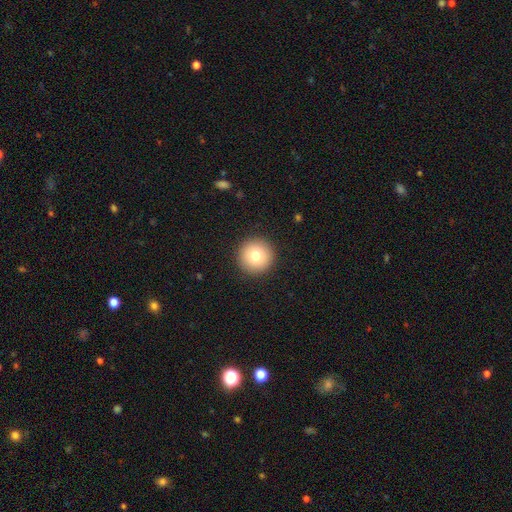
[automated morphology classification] smooth_or_featured: smooth (p=0.78) [alt: featured or disk p=0.12]
how_rounded: round (p=0.96) [alt: in between p=0.03]
merging: none (p=0.93) [alt: minor disturbance p=0.05]